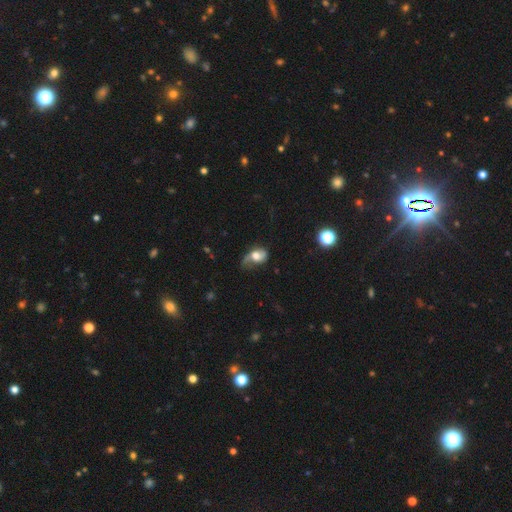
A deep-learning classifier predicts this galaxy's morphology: Q: Smooth or featured?
A: featured or disk (50%); runner-up: smooth (42%)
Q: Merging?
A: none (34%); runner-up: major disturbance (33%)